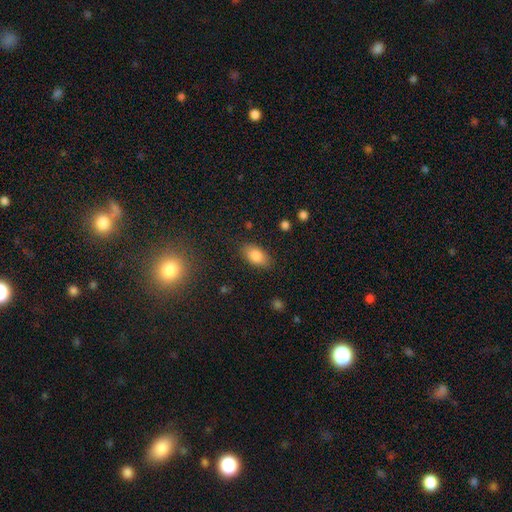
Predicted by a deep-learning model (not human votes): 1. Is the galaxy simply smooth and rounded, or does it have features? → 84% smooth, 8% featured or disk, 8% star or artifact.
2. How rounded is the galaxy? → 91% in between, 6% round, 3% cigar-shaped.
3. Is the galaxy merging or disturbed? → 85% none, 11% minor disturbance, 3% major disturbance, 1% merger.